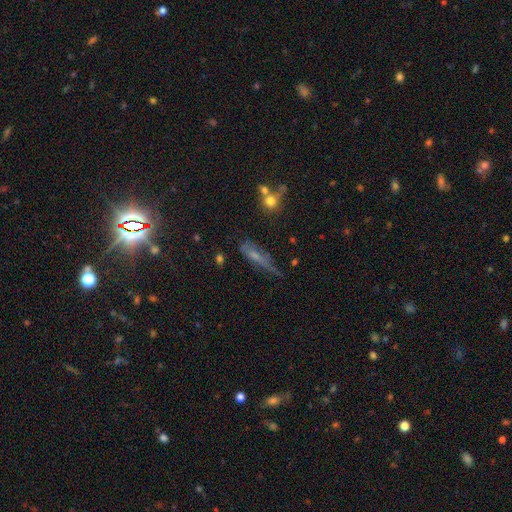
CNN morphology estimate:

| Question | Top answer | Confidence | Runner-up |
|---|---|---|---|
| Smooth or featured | smooth | 45% | featured or disk (36%) |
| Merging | none | 45% | minor disturbance (30%) |